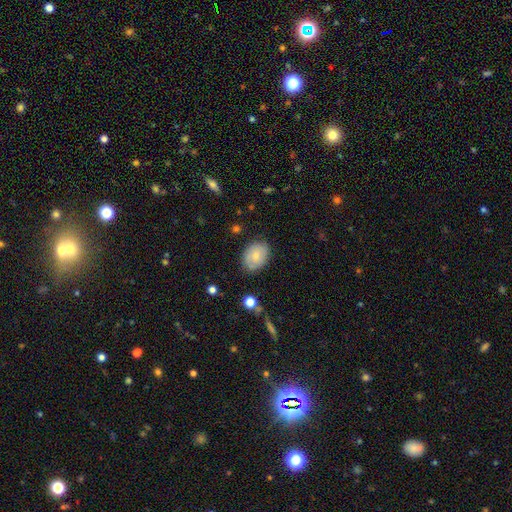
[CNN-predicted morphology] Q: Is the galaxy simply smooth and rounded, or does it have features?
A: smooth — 68%.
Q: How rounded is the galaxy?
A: in between — 70%.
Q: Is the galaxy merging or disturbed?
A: none — 80%.